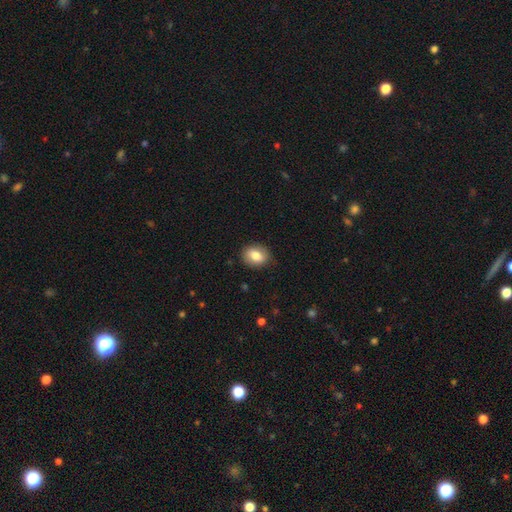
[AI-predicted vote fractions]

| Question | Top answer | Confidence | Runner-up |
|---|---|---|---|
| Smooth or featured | smooth | 82% | featured or disk (10%) |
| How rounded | in between | 58% | round (40%) |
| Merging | none | 86% | minor disturbance (11%) |